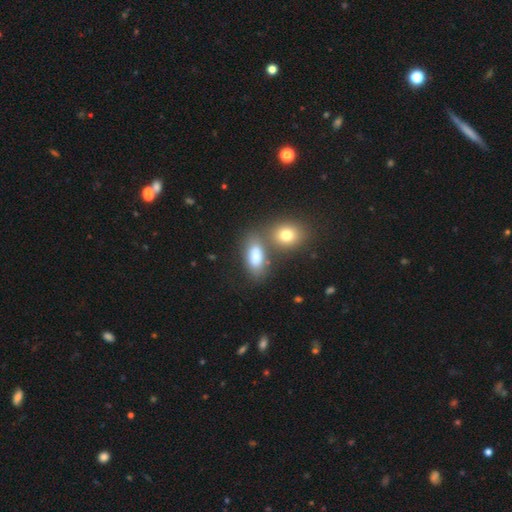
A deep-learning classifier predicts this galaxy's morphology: Smooth or featured? smooth (79%)
How rounded? in between (86%)
Merging? none (49%)